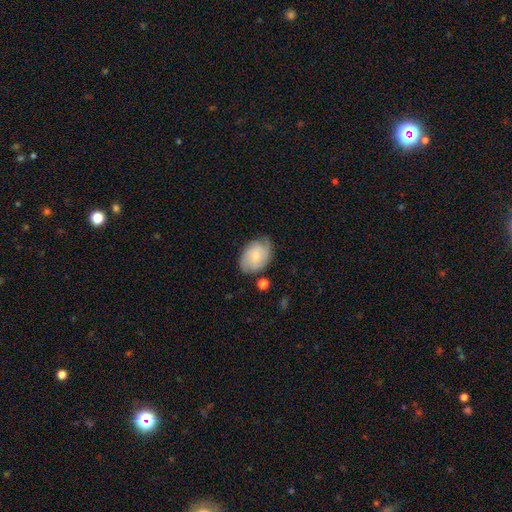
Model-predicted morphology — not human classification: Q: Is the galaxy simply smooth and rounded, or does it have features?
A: smooth — 65%.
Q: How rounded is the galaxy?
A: in between — 81%.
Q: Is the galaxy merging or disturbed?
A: none — 66%.